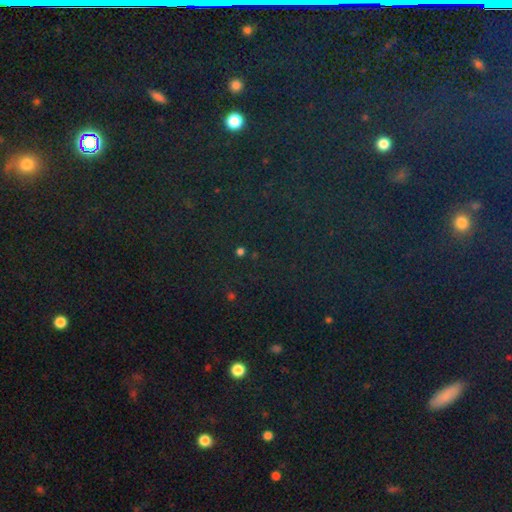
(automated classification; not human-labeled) smooth-or-featured: star or artifact: 77% | smooth: 13% | featured or disk: 11%